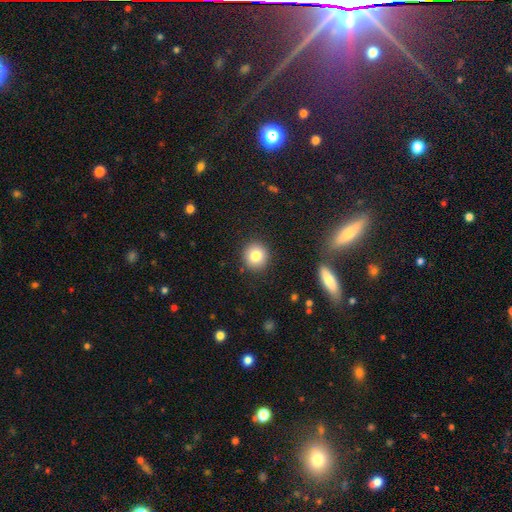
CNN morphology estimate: smooth_or_featured: smooth (p=0.83) [alt: star or artifact p=0.10]
how_rounded: round (p=0.90) [alt: in between p=0.09]
merging: none (p=0.89) [alt: minor disturbance p=0.07]